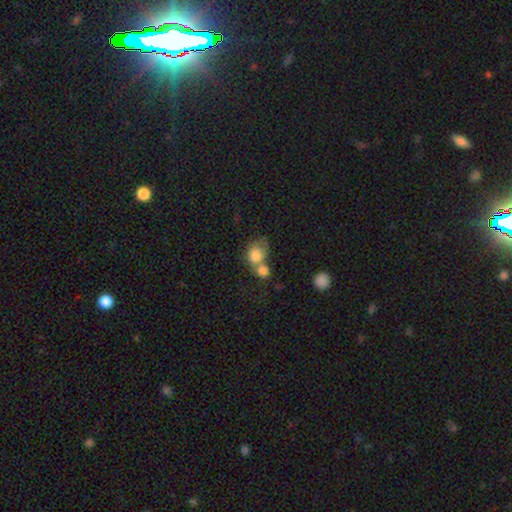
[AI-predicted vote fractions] Smooth or featured? Predicted: smooth (p=0.81). How rounded? Predicted: round (p=0.62). Merging? Predicted: merger (p=0.61).